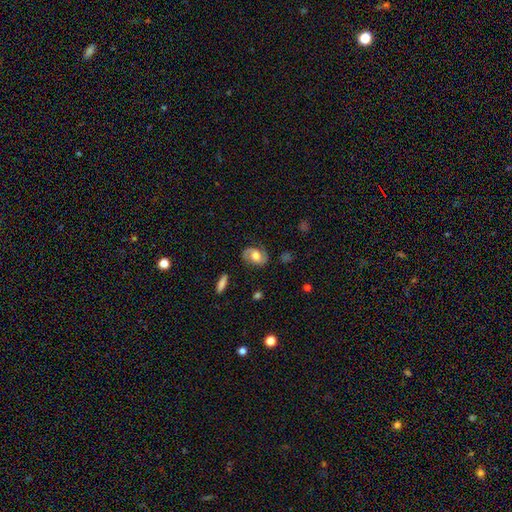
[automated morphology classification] Smooth or featured? featured or disk (62%)
Edge-on disk? no (96%)
Bar? no (60%)
Spiral arms? yes (87%)
Spiral winding? medium (47%)
Spiral arm count? 2 (86%)
Bulge size? moderate (55%)
Merging? none (75%)